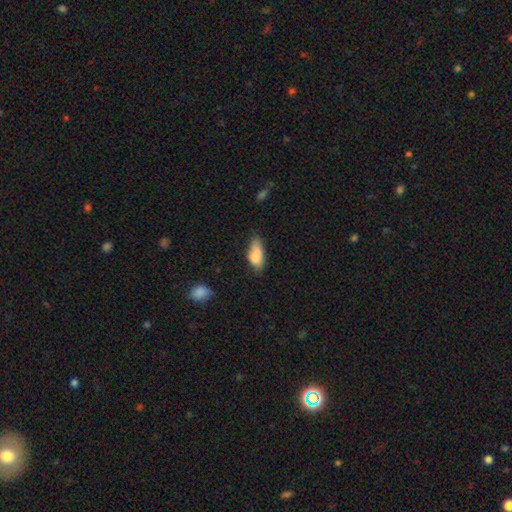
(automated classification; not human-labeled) Q: Smooth or featured?
A: smooth (78%); runner-up: featured or disk (14%)
Q: How rounded?
A: in between (84%); runner-up: cigar-shaped (13%)
Q: Merging?
A: none (43%); runner-up: minor disturbance (34%)